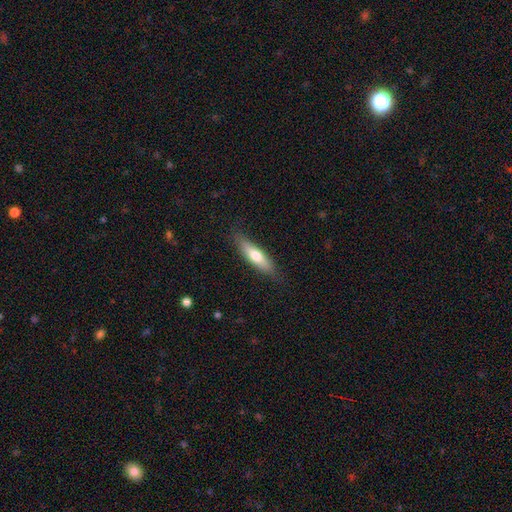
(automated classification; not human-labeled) The model was most divided on "smooth or featured": smooth: 63%, featured or disk: 32%, star or artifact: 6%. More confident: merging — none (84%); how rounded — cigar-shaped (69%).